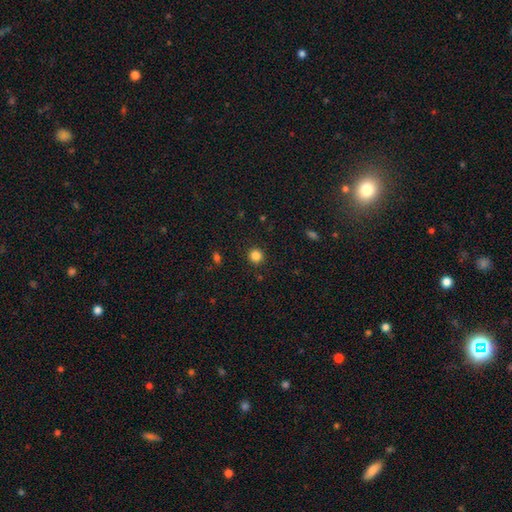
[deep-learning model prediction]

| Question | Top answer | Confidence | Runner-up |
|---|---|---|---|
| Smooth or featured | smooth | 84% | star or artifact (12%) |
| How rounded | round | 94% | in between (5%) |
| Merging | none | 91% | minor disturbance (5%) |